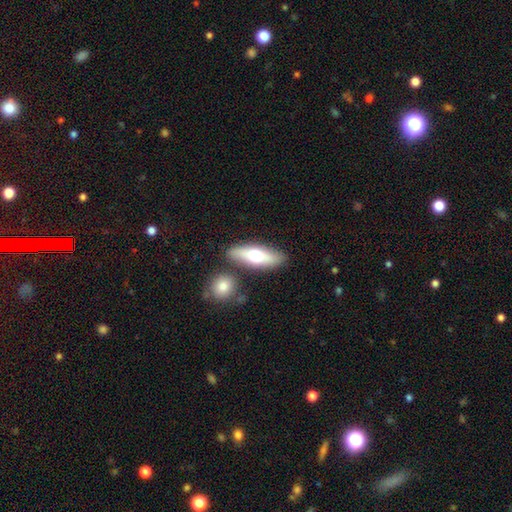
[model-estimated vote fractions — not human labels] Overall: smooth (60%; featured or disk 35%). How rounded: in between (55%; cigar-shaped 42%). Merging: none (77%).